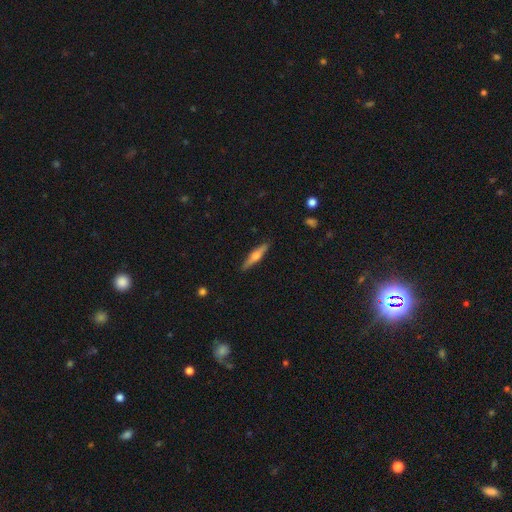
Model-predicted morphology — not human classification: featured or disk 59%, smooth 35%, star or artifact 6%. Down the decision tree: edge-on disk — yes (97%); edge-on bulge — rounded (91%); merging — none (90%).